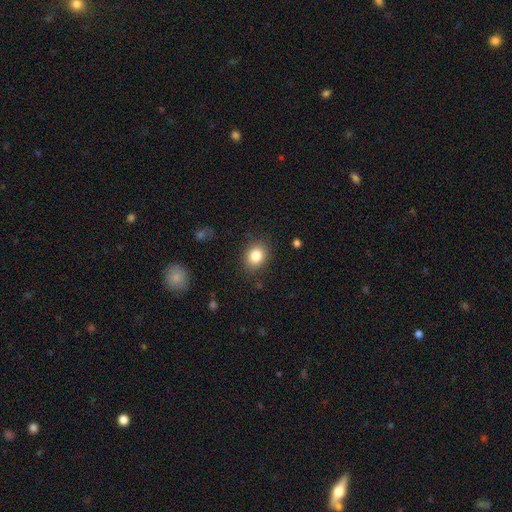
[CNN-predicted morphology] Q: Smooth or featured?
A: smooth (83%); runner-up: star or artifact (10%)
Q: How rounded?
A: round (53%); runner-up: in between (46%)
Q: Merging?
A: none (85%); runner-up: minor disturbance (10%)